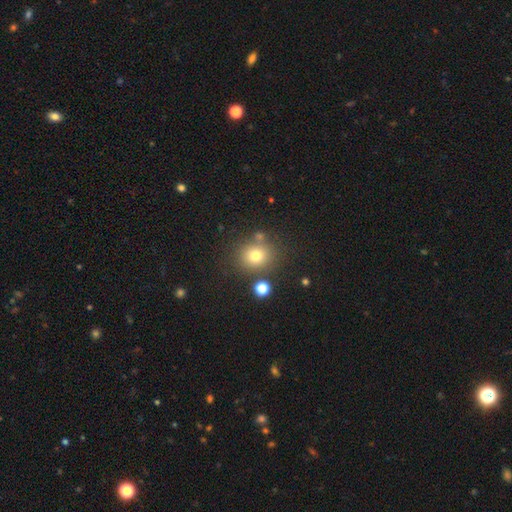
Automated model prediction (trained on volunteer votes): smooth 74%, star or artifact 15%, featured or disk 11%. Down the decision tree: how rounded — round (76%); merging — none (75%).